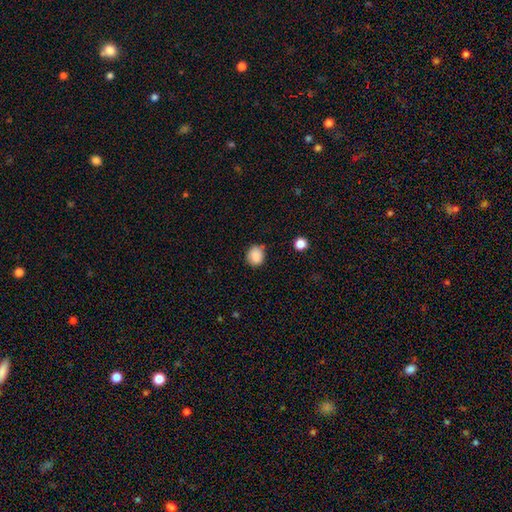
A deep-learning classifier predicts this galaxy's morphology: smooth 86%, star or artifact 9%, featured or disk 4%. Down the decision tree: how rounded — round (65%); merging — none (70%).